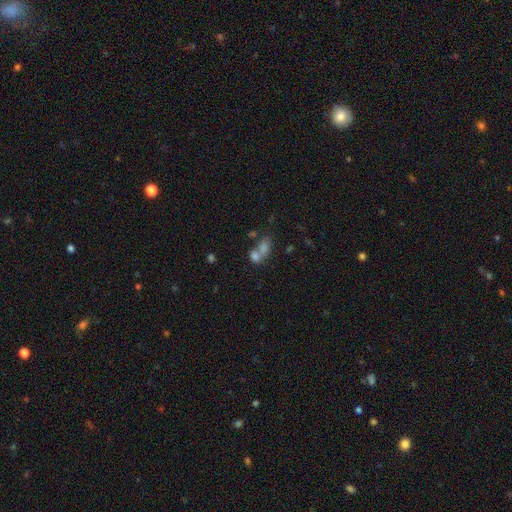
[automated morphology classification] This appears to be a smooth galaxy with no disk features (73%) that is in between round and cigar-shaped (71%). Merging: merger (64%).